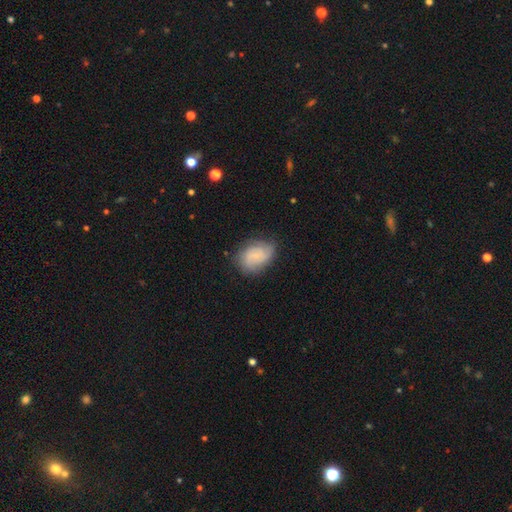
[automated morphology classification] This appears to be a featured or disk galaxy (47%). Merging: none (71%).